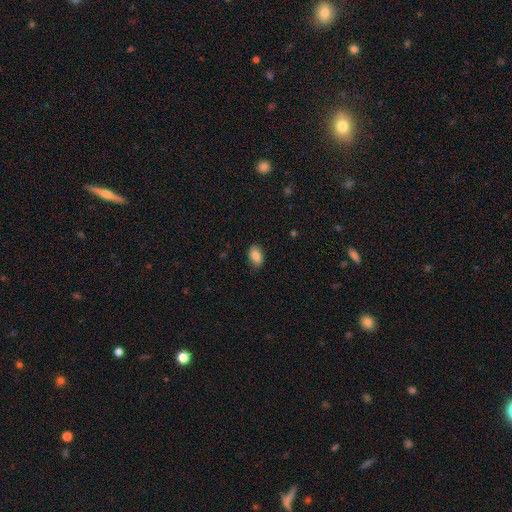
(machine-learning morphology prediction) smooth_or_featured: smooth (p=0.84) [alt: star or artifact p=0.08]
how_rounded: in between (p=0.86) [alt: round p=0.13]
merging: none (p=0.85) [alt: minor disturbance p=0.11]